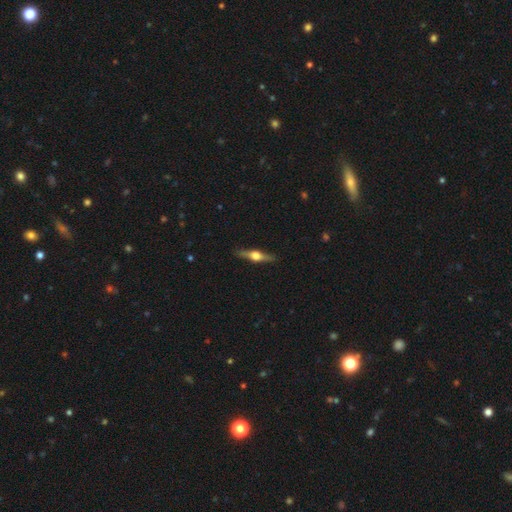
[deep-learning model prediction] Q: Smooth or featured?
A: featured or disk (72%); runner-up: smooth (23%)
Q: Edge-on disk?
A: yes (97%); runner-up: no (3%)
Q: Edge-on bulge?
A: rounded (95%); runner-up: boxy (4%)
Q: Merging?
A: none (89%); runner-up: minor disturbance (8%)